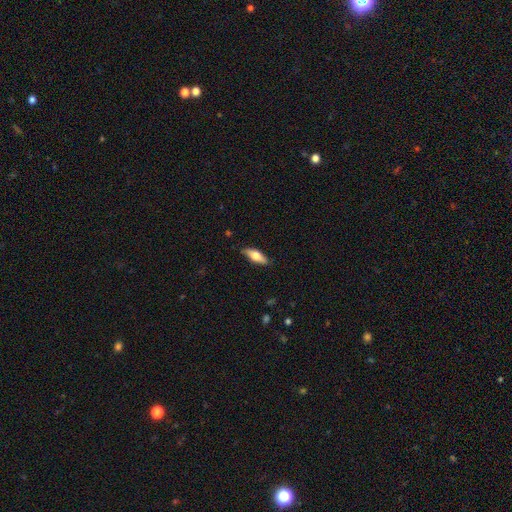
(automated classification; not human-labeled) Overall: smooth (61%; featured or disk 33%). How rounded: in between (66%; cigar-shaped 32%). Merging: none (85%).